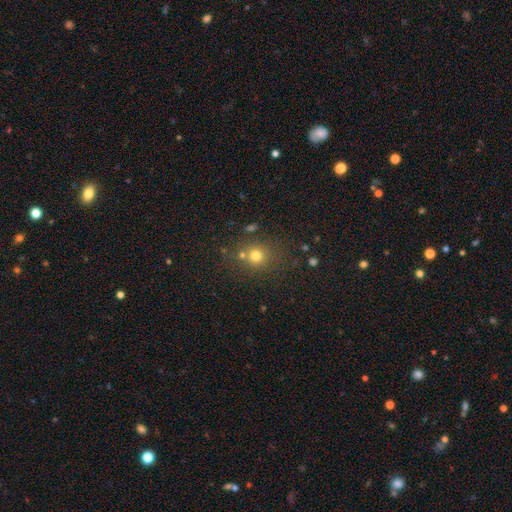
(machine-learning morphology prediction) type=smooth (72%); roundness=round (85%); merging=none (72%).